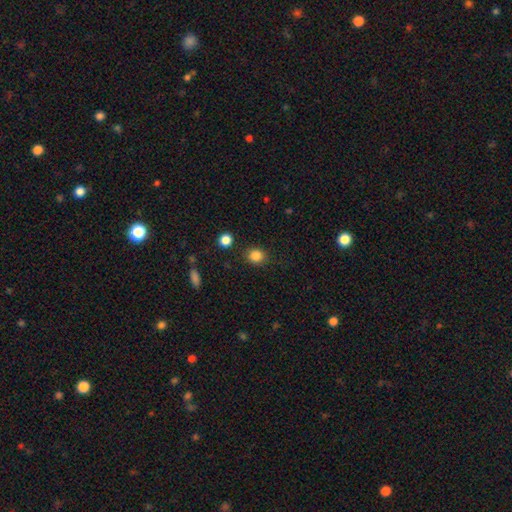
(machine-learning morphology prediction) Smooth or featured? Predicted: smooth (p=0.85). How rounded? Predicted: round (p=0.75). Merging? Predicted: none (p=0.86).